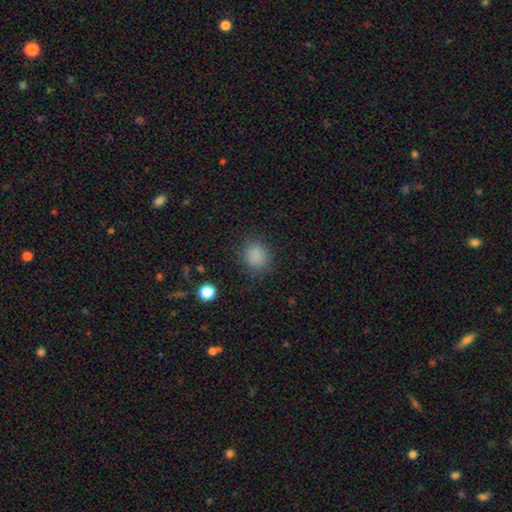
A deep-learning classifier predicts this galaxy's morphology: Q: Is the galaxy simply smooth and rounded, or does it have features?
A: smooth — 85%.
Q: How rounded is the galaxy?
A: round — 81%.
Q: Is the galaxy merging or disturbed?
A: none — 84%.